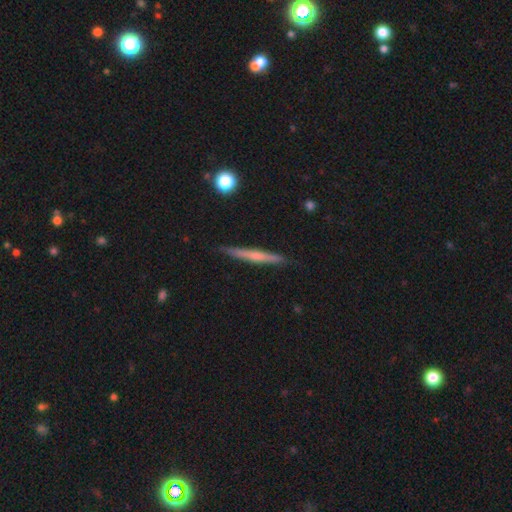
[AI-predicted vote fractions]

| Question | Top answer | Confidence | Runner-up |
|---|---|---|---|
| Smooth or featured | featured or disk | 55% | smooth (39%) |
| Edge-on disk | yes | 97% | no (3%) |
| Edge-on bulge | rounded | 47% | none (46%) |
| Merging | none | 89% | minor disturbance (9%) |